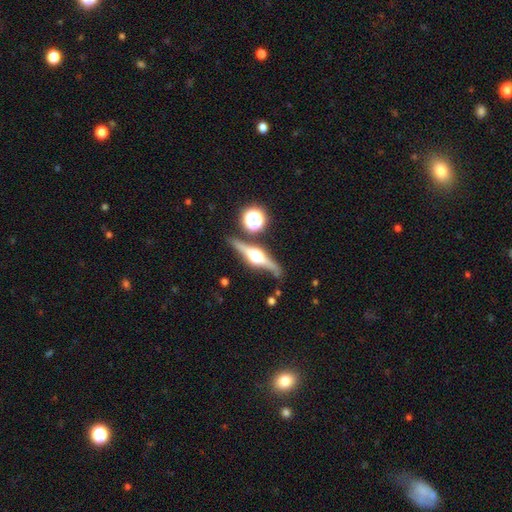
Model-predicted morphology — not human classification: This appears to be a featured or disk galaxy (82%) viewed edge-on (96%) with a rounded central bulge (95%). Merging: none (82%).